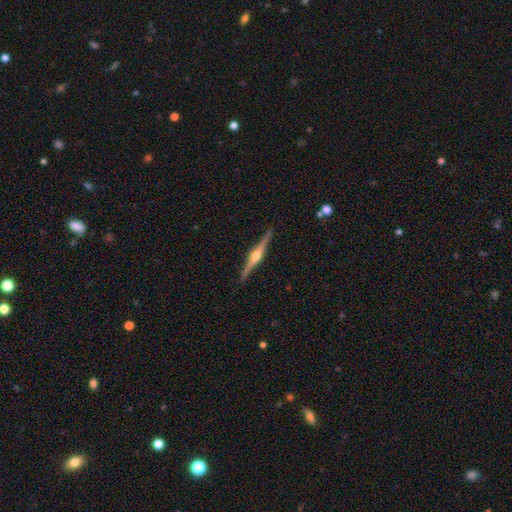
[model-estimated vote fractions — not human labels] Overall: featured or disk (86%). Edge-on disk: yes (99%). Edge-on bulge: rounded (96%). Merging: none (92%).